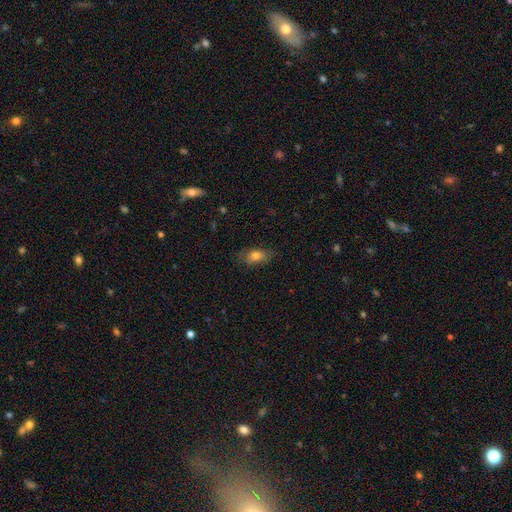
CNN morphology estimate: This is likely a smooth galaxy (75%). How rounded: clearly in between (83%). Merging: likely none (73%).